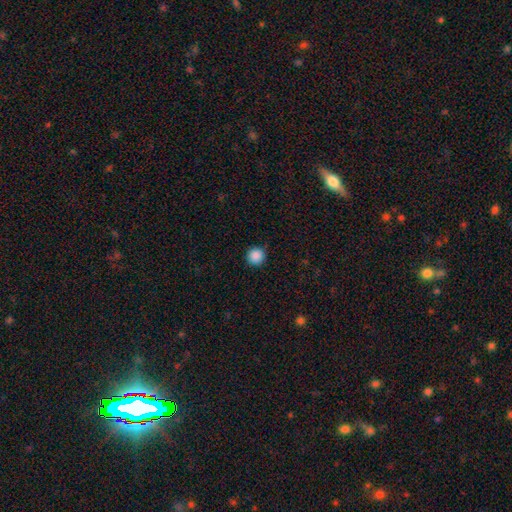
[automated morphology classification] smooth_or_featured: smooth (p=0.88) [alt: star or artifact p=0.10]
how_rounded: round (p=0.95) [alt: in between p=0.04]
merging: none (p=0.90) [alt: minor disturbance p=0.07]